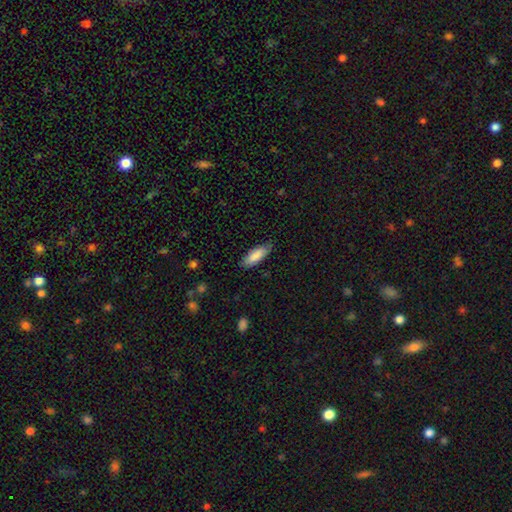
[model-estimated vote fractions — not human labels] Smooth or featured? Predicted: smooth (p=0.85). How rounded? Predicted: in between (p=0.63). Merging? Predicted: none (p=0.79).